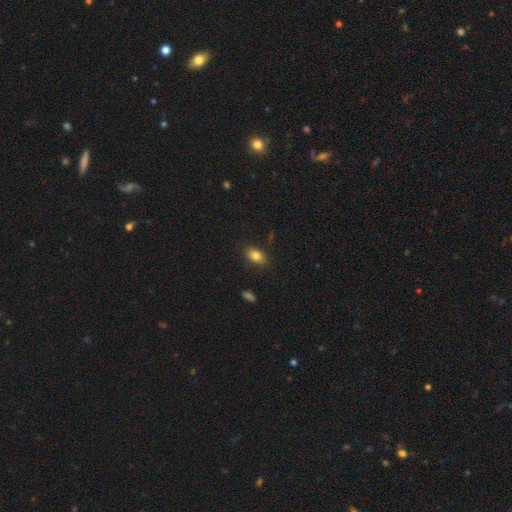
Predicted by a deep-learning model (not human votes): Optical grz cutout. It shows a smooth galaxy with no disk features (82%) that is in between round and cigar-shaped (85%). Merging: none (83%).